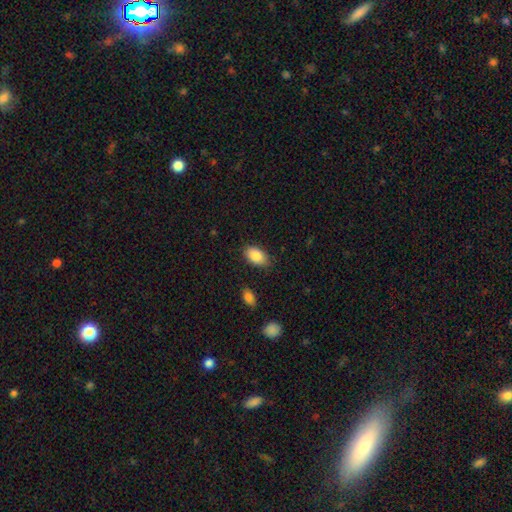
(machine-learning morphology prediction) Smooth or featured? Predicted: smooth (p=0.87). How rounded? Predicted: in between (p=0.91). Merging? Predicted: none (p=0.83).